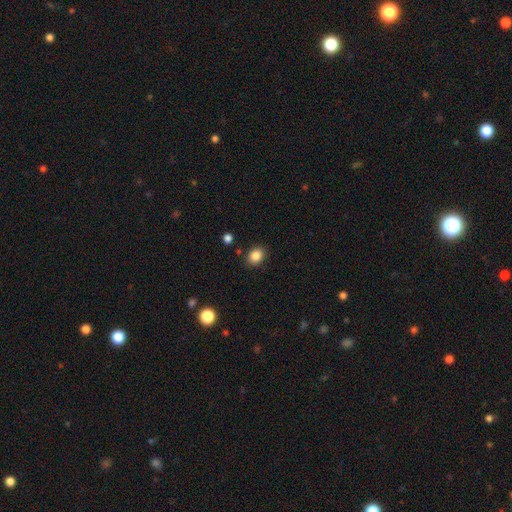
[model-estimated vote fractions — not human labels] Smooth or featured? Predicted: smooth (p=0.86). How rounded? Predicted: in between (p=0.53). Merging? Predicted: none (p=0.86).